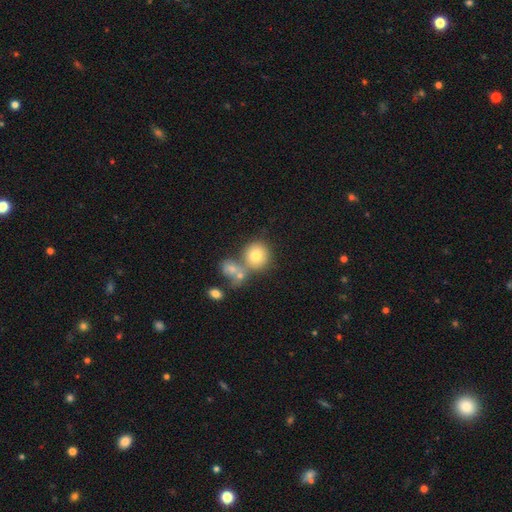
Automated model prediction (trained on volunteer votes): This is likely a smooth galaxy (76%). How rounded: clearly round (85%). Merging: possibly none (54%).